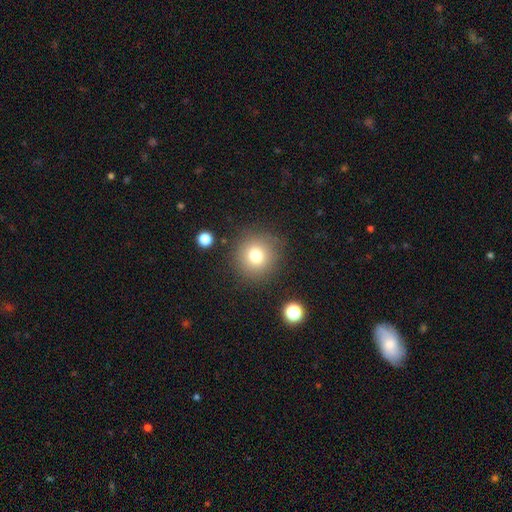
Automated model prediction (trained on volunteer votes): smooth 76%, star or artifact 13%, featured or disk 10%. Down the decision tree: how rounded — round (93%); merging — none (85%).